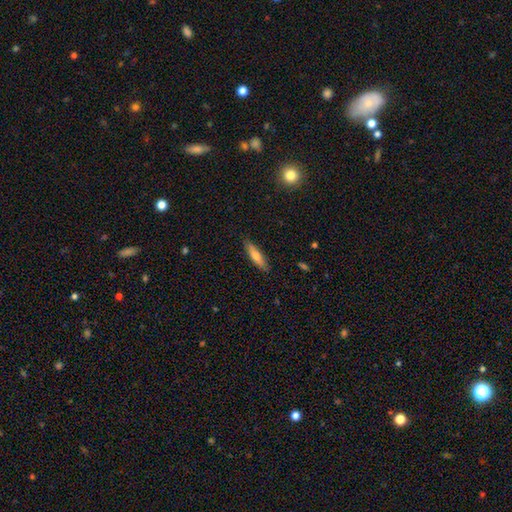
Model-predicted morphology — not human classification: smooth 68%, featured or disk 26%, star or artifact 6%. Down the decision tree: how rounded — cigar-shaped (75%); merging — none (87%).